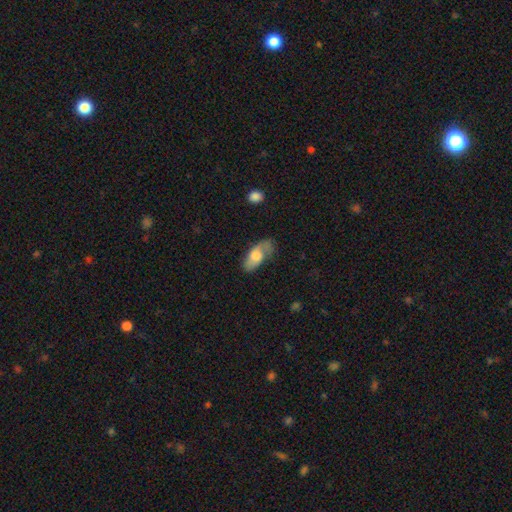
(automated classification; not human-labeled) smooth-or-featured: smooth: 54% | featured or disk: 40% | star or artifact: 7%
  how-rounded: in between: 86% | cigar-shaped: 10% | round: 4%
  merging: none: 54% | minor disturbance: 28% | major disturbance: 15% | merger: 3%